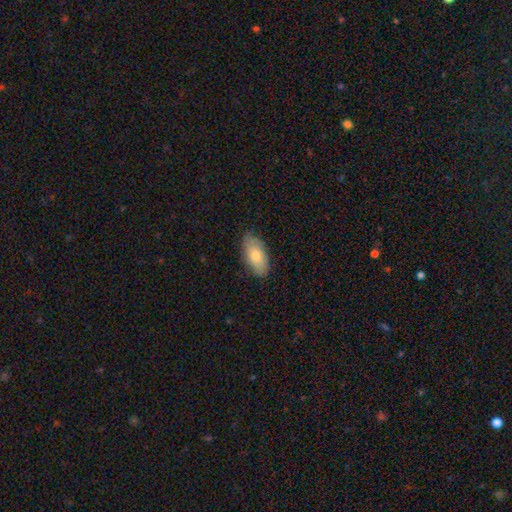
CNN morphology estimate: The model was most divided on "smooth or featured": smooth: 72%, featured or disk: 21%, star or artifact: 6%. More confident: how rounded — in between (92%); merging — none (81%).